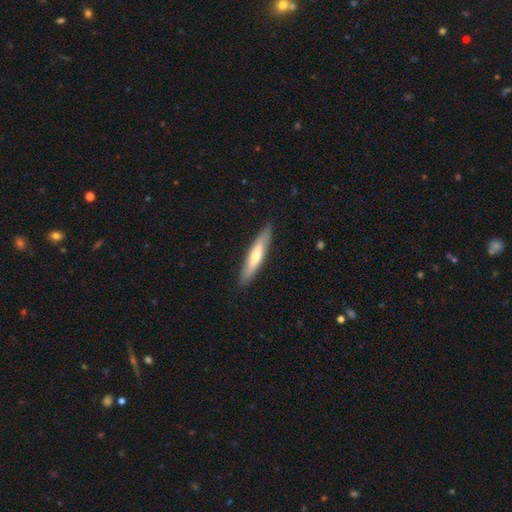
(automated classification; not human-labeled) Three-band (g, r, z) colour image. It shows a smooth galaxy with no disk features (48%). Merging: none (87%).